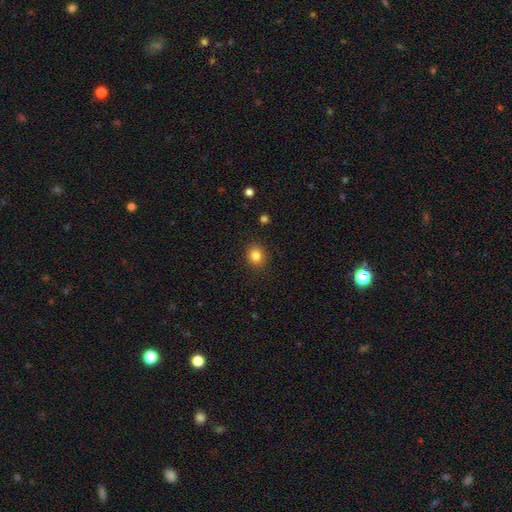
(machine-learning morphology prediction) A smooth galaxy with no disk features (84%) that is round (73%). Merging: none (88%).